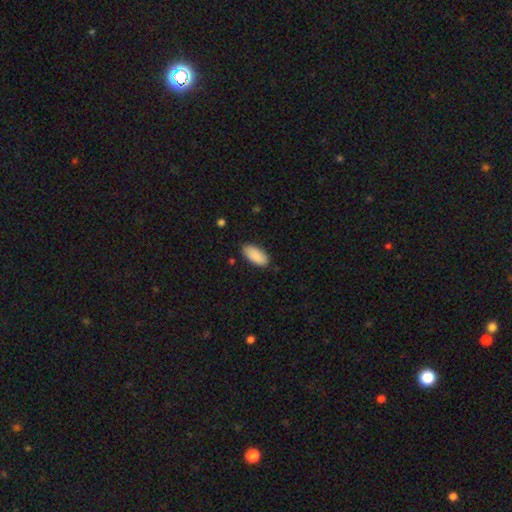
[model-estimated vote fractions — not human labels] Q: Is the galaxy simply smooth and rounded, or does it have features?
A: smooth — 89%.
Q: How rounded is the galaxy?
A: in between — 91%.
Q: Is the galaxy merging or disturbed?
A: none — 84%.